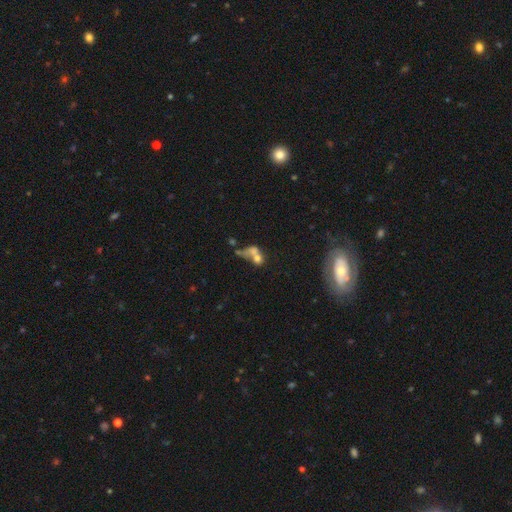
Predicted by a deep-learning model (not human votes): This appears to be a smooth galaxy with no disk features (56%) that is in between round and cigar-shaped (53%). Merging: merger (64%).